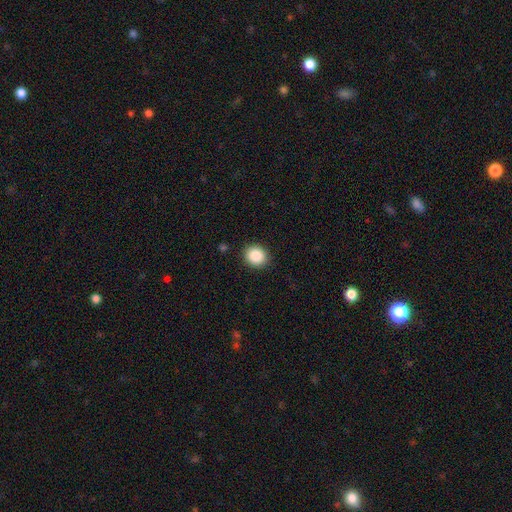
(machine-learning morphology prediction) A smooth galaxy with no disk features (88%) that is round (78%).

Vote fractions:
- Smooth or featured? smooth: 88% / star or artifact: 9% / featured or disk: 3%
- How rounded? round: 78% / in between: 21% / cigar-shaped: 1%
- Merging? none: 90% / minor disturbance: 7% / major disturbance: 2% / merger: 1%